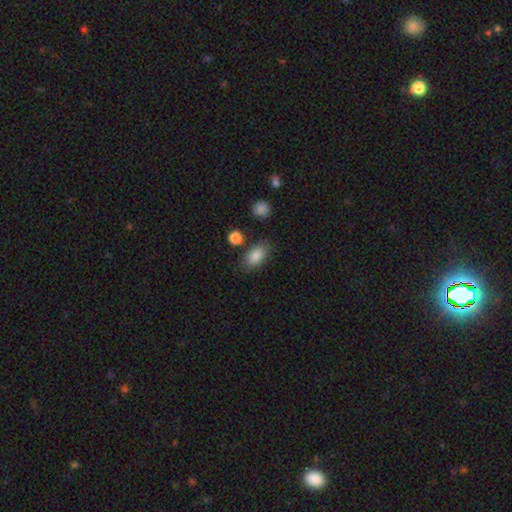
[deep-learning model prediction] A smooth galaxy with no disk features (85%) that is in between round and cigar-shaped (90%).

Vote fractions:
- Smooth or featured? smooth: 85% / star or artifact: 8% / featured or disk: 7%
- How rounded? in between: 90% / round: 8% / cigar-shaped: 3%
- Merging? none: 78% / minor disturbance: 13% / merger: 5% / major disturbance: 4%